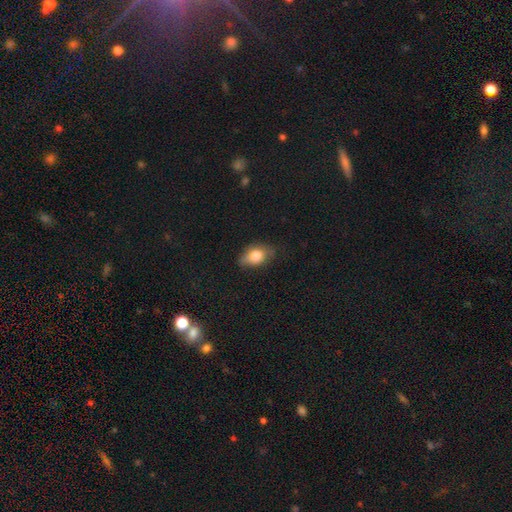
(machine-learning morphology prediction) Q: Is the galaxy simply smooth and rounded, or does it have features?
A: smooth — 78%.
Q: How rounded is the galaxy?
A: in between — 84%.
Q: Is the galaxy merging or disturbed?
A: none — 64%.